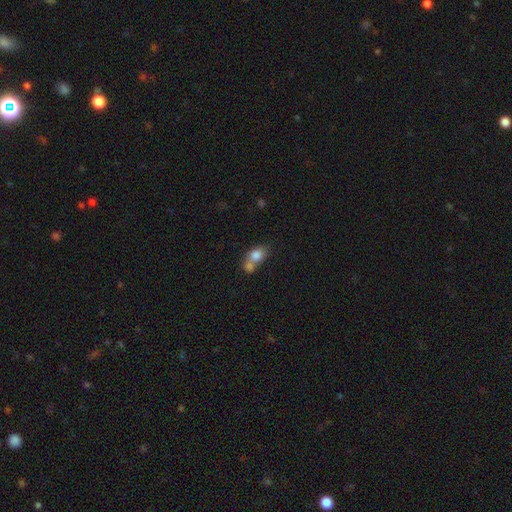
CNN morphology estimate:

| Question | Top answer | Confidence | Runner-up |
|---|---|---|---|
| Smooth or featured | smooth | 78% | featured or disk (13%) |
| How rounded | in between | 65% | round (32%) |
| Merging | merger | 61% | none (25%) |